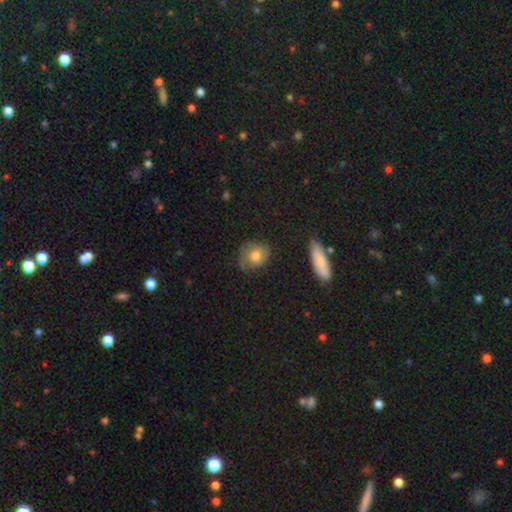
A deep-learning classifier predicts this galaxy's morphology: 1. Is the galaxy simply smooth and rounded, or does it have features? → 73% smooth, 19% featured or disk, 8% star or artifact.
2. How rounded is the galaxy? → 65% round, 34% in between, 2% cigar-shaped.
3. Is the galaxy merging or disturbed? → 62% none, 26% minor disturbance, 10% major disturbance, 2% merger.